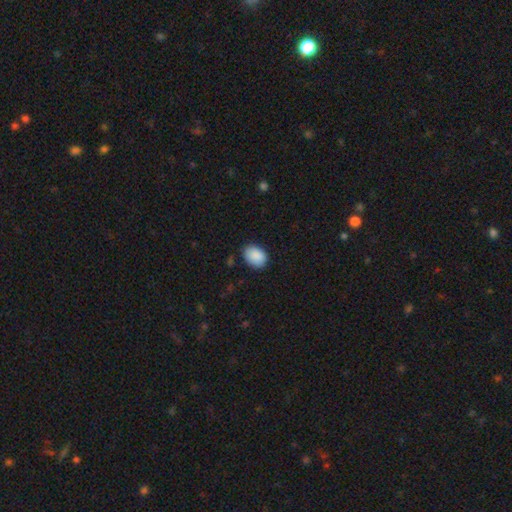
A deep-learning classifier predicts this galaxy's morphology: Q: Smooth or featured?
A: smooth (90%); runner-up: star or artifact (6%)
Q: How rounded?
A: in between (74%); runner-up: round (25%)
Q: Merging?
A: none (81%); runner-up: minor disturbance (15%)